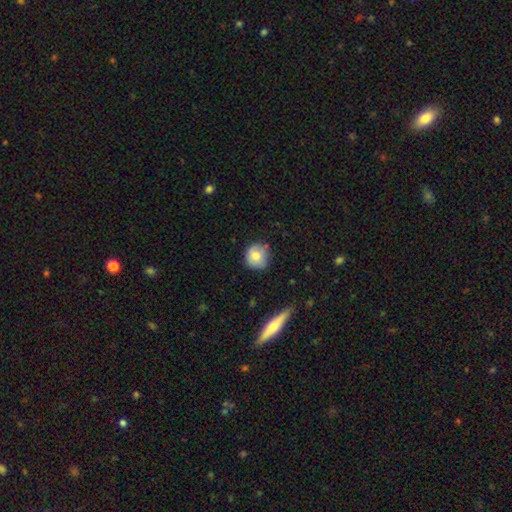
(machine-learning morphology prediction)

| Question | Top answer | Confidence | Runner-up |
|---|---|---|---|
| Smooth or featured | smooth | 76% | featured or disk (16%) |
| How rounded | round | 90% | in between (9%) |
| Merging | none | 74% | minor disturbance (21%) |